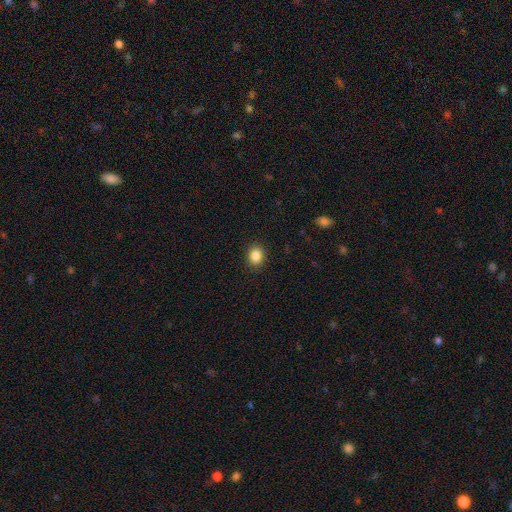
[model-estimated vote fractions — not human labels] A smooth galaxy with no disk features (86%) that is round (58%).

Vote fractions:
- Smooth or featured? smooth: 86% / star or artifact: 10% / featured or disk: 4%
- How rounded? round: 58% / in between: 41% / cigar-shaped: 1%
- Merging? none: 91% / minor disturbance: 6% / major disturbance: 2% / merger: 1%